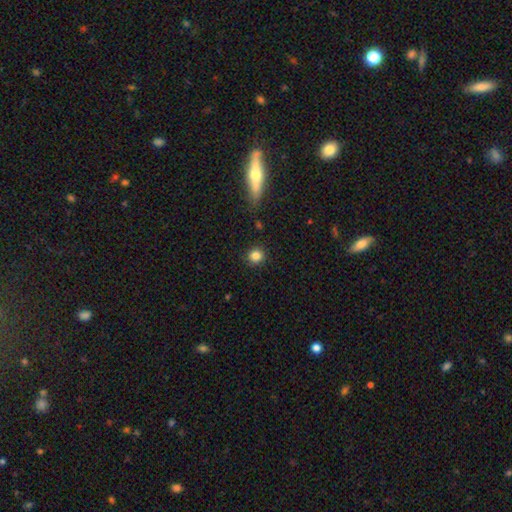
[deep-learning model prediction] smooth_or_featured: smooth (p=0.84) [alt: star or artifact p=0.11]
how_rounded: round (p=0.90) [alt: in between p=0.09]
merging: none (p=0.90) [alt: minor disturbance p=0.07]